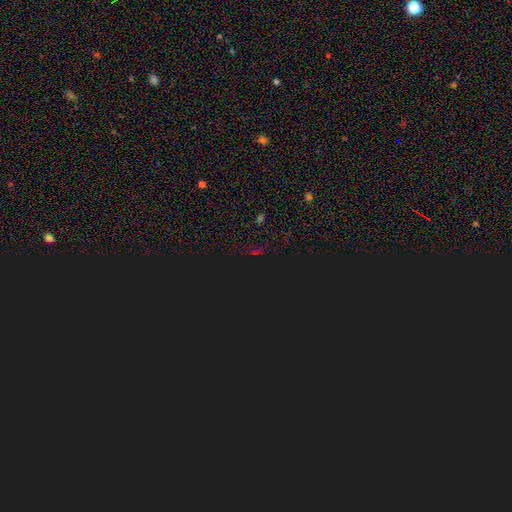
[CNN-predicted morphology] star or artifact 78%, smooth 15%, featured or disk 7%.